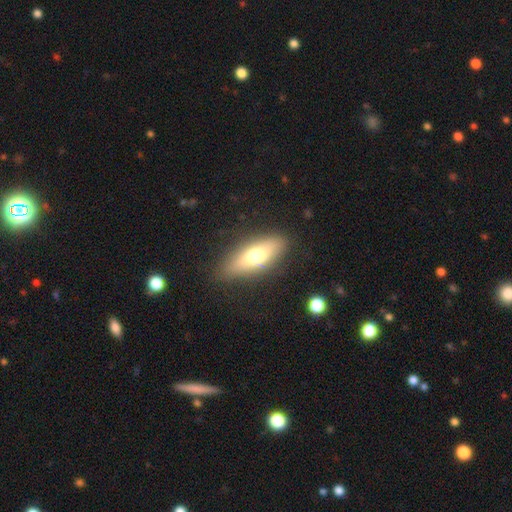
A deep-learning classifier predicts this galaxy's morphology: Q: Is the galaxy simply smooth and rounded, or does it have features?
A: smooth — 65%.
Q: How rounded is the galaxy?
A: in between — 69%.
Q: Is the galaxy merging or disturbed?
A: none — 83%.